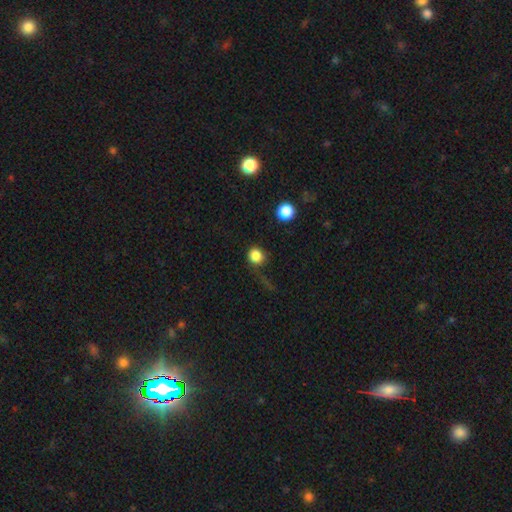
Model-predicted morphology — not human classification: type=smooth (84%); roundness=round (87%); merging=none (70%).